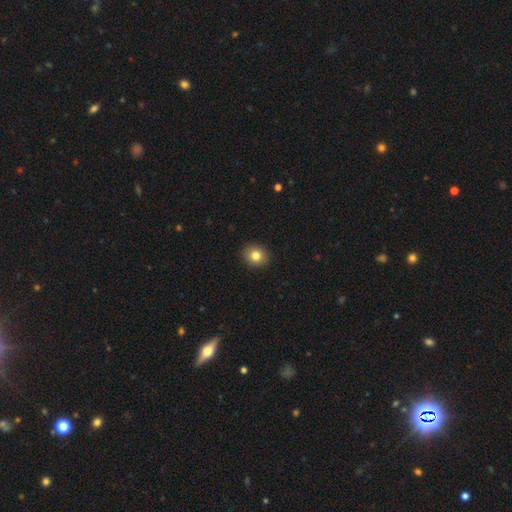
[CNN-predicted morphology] Overall: smooth (83%). How rounded: round (71%). Merging: none (91%).